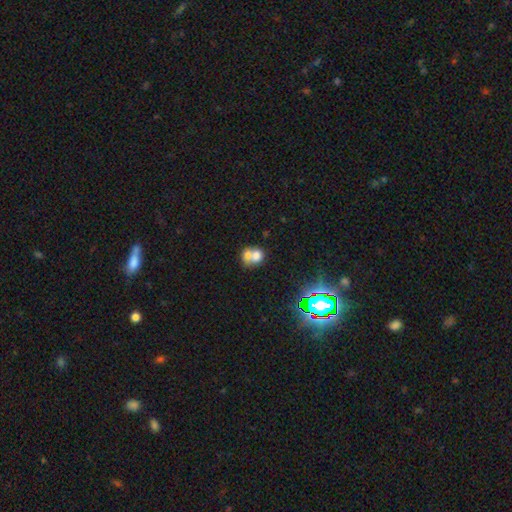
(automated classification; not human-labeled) Overall: smooth (68%). How rounded: round (56%; in between 43%). Merging: merger (69%).